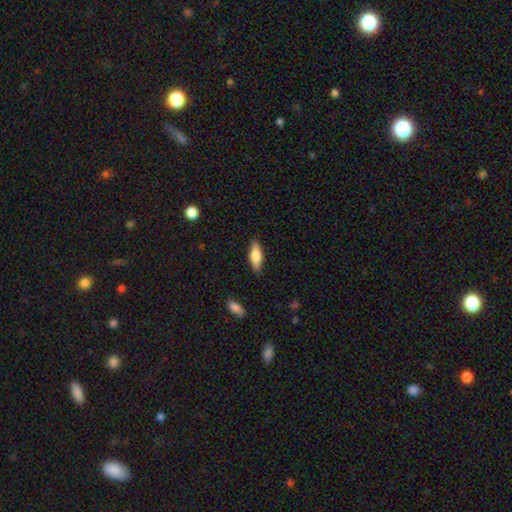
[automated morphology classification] Overall: smooth (60%; featured or disk 34%). How rounded: in between (55%; cigar-shaped 43%). Merging: none (86%).